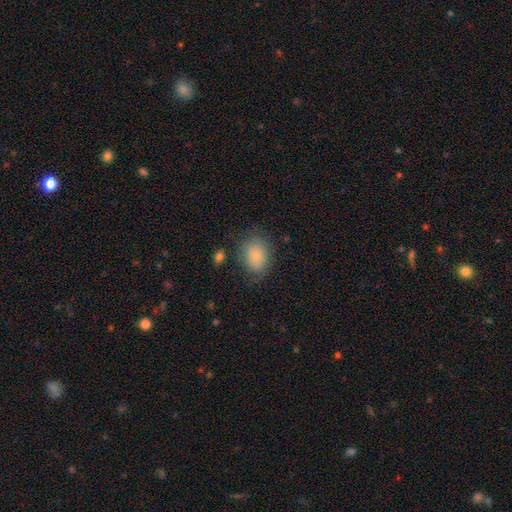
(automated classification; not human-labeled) smooth_or_featured: smooth (p=0.81) [alt: featured or disk p=0.11]
how_rounded: in between (p=0.63) [alt: round p=0.36]
merging: none (p=0.62) [alt: minor disturbance p=0.25]